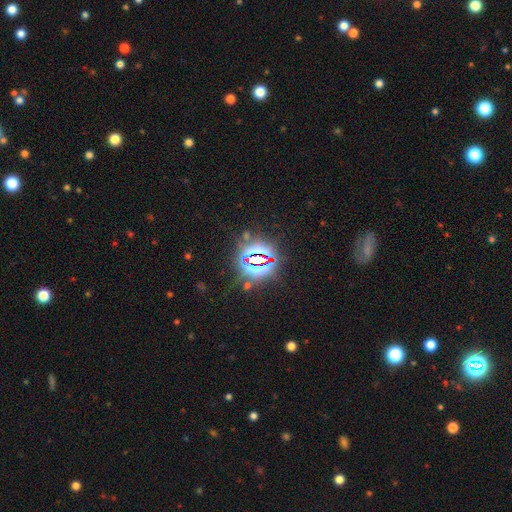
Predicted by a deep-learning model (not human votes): Smooth or featured: star or artifact — 81% (smooth — 10%)